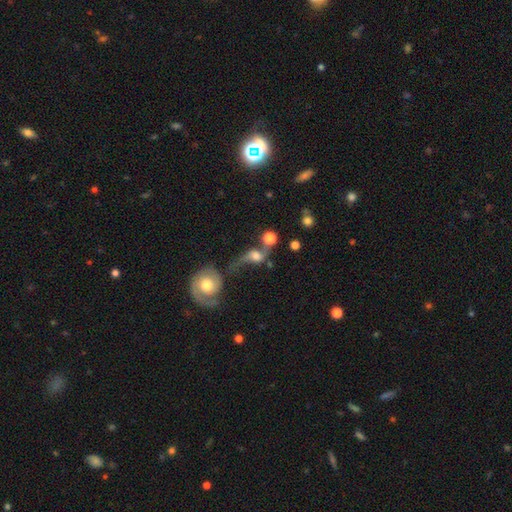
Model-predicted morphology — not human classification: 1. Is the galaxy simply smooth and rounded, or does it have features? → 49% featured or disk, 38% smooth, 13% star or artifact.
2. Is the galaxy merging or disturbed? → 42% merger, 26% none, 20% major disturbance, 12% minor disturbance.